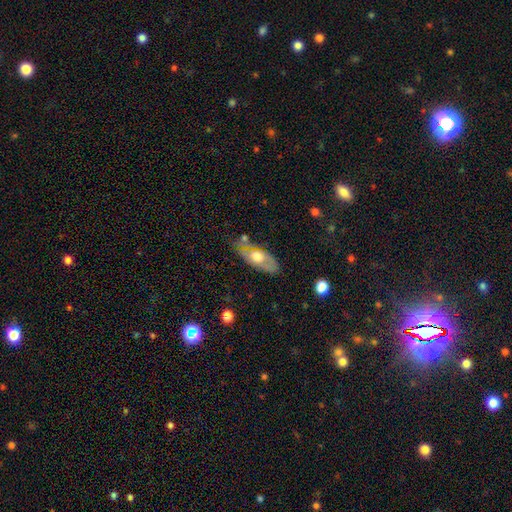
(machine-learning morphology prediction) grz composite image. It shows a featured or disk galaxy (48%). Merging: none (63%).